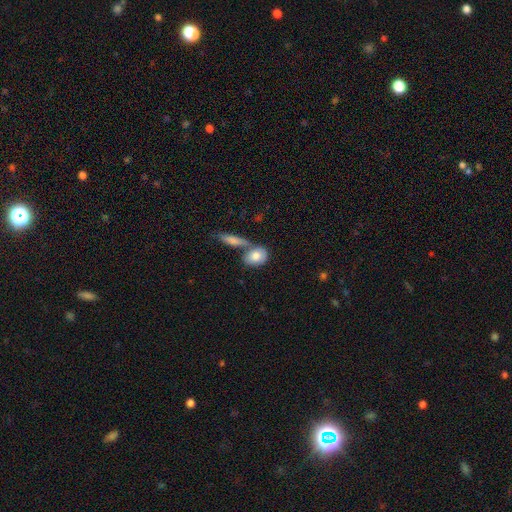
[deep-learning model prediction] Morphology: type=smooth (79%); roundness=in between (65%); merging=none (45%).